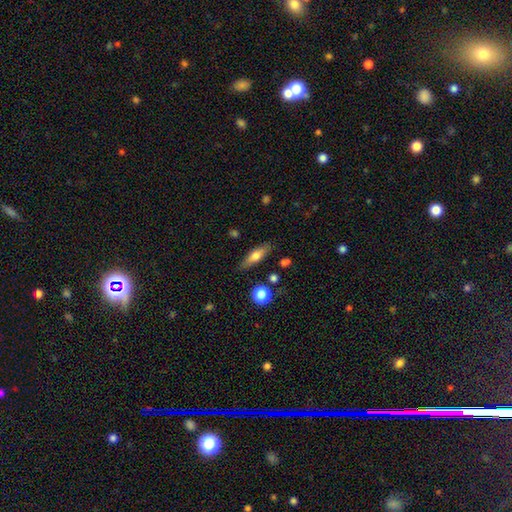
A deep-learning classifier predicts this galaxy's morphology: smooth_or_featured: smooth (p=0.60) [alt: featured or disk p=0.33]
how_rounded: cigar-shaped (p=0.52) [alt: in between p=0.44]
merging: none (p=0.83) [alt: minor disturbance p=0.11]